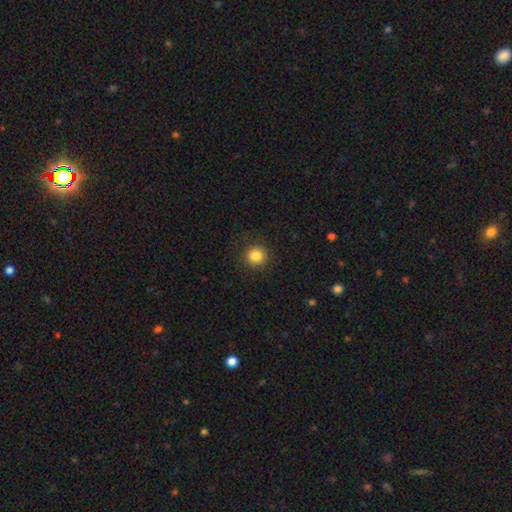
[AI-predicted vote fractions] Smooth or featured: smooth — 85% (star or artifact — 11%)
How rounded: round — 93% (in between — 6%)
Merging: none — 90% (minor disturbance — 7%)